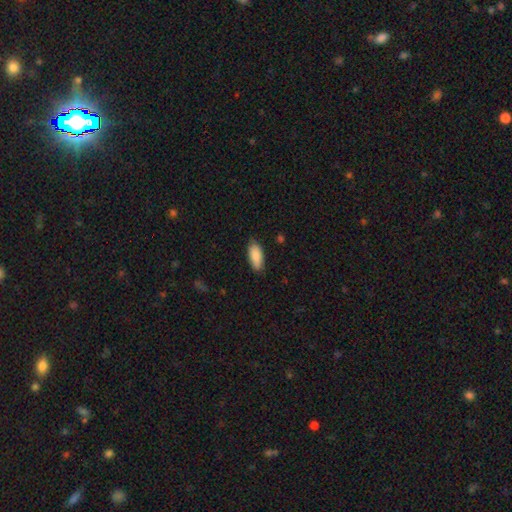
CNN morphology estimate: This is clearly a smooth galaxy (88%). How rounded: clearly in between (87%). Merging: clearly none (82%).